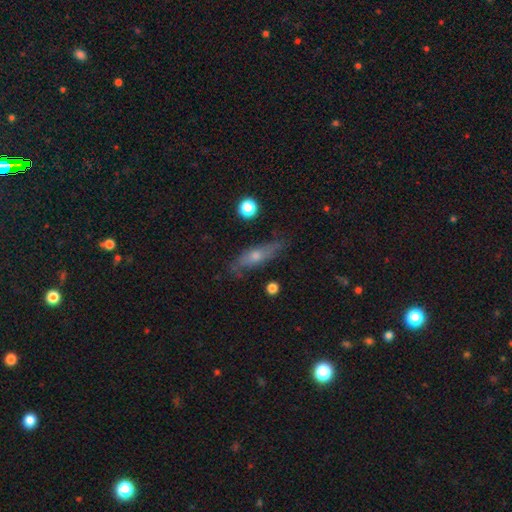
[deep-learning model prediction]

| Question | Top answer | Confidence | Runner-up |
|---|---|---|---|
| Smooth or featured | featured or disk | 46% | smooth (44%) |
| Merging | none | 74% | minor disturbance (19%) |